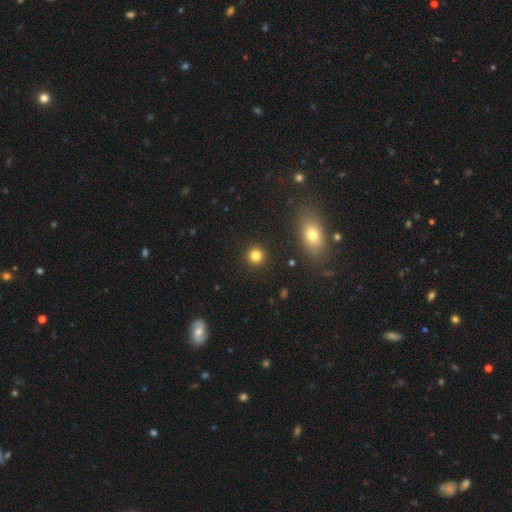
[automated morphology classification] Q: Smooth or featured?
A: smooth (83%); runner-up: star or artifact (11%)
Q: How rounded?
A: round (93%); runner-up: in between (6%)
Q: Merging?
A: none (91%); runner-up: minor disturbance (5%)